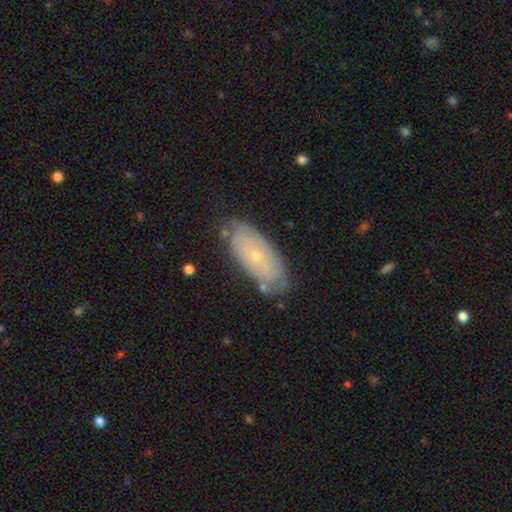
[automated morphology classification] featured or disk 55%, smooth 38%, star or artifact 7%. Down the decision tree: edge-on disk — no (88%); merging — none (72%).